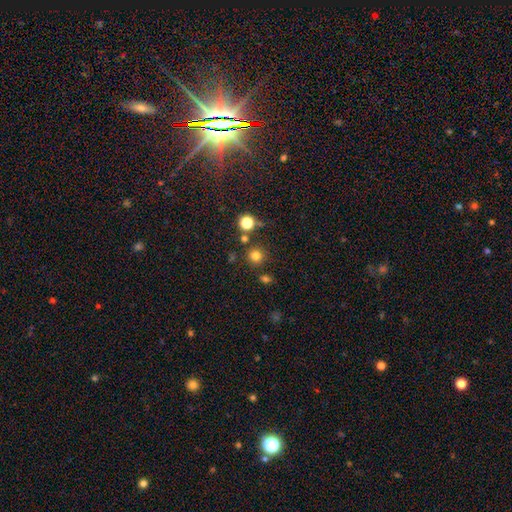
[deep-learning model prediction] A smooth galaxy with no disk features (78%) that is round (93%).

Vote fractions:
- Smooth or featured? smooth: 78% / star or artifact: 17% / featured or disk: 6%
- How rounded? round: 93% / in between: 6% / cigar-shaped: 1%
- Merging? none: 83% / minor disturbance: 7% / merger: 7% / major disturbance: 3%